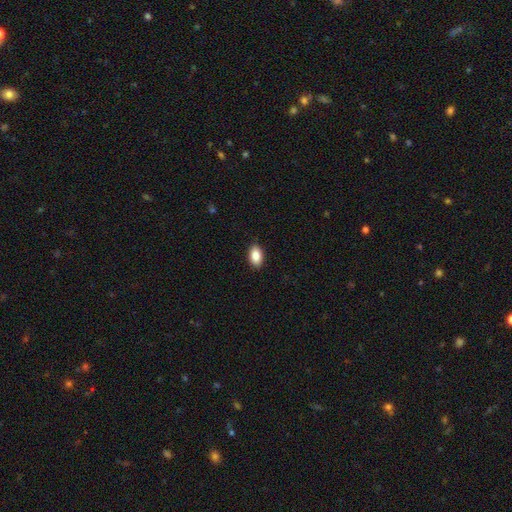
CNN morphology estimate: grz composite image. It shows a smooth galaxy with no disk features (87%) that is in between round and cigar-shaped (91%). Merging: none (89%).